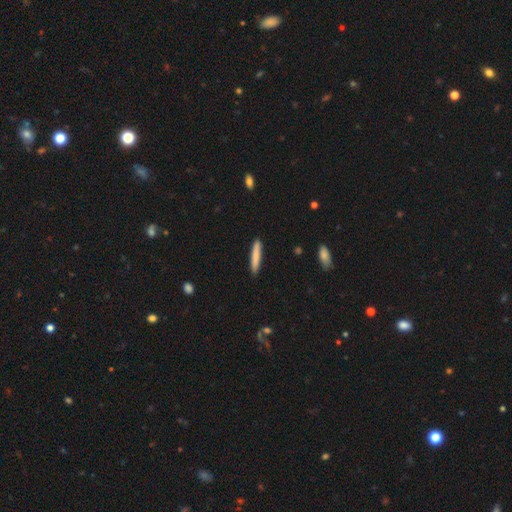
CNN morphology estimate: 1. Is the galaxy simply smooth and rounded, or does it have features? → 81% smooth, 13% featured or disk, 6% star or artifact.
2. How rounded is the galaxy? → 93% cigar-shaped, 6% in between, 1% round.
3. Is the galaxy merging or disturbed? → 90% none, 8% minor disturbance, 2% major disturbance, 1% merger.